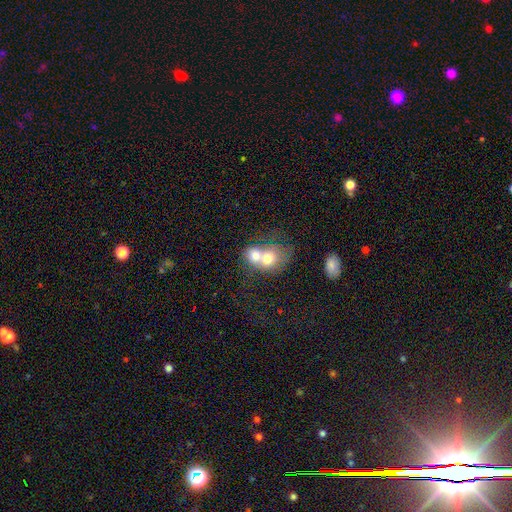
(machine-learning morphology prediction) The model was most divided on "how rounded": round: 59%, in between: 40%, cigar-shaped: 1%. More confident: merging — merger (78%); smooth or featured — smooth (67%).